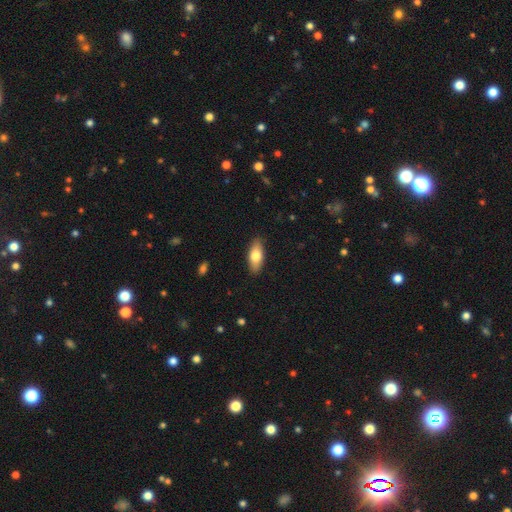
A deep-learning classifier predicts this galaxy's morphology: This appears to be a smooth galaxy with no disk features (73%) that is in between round and cigar-shaped (80%). Merging: none (88%).